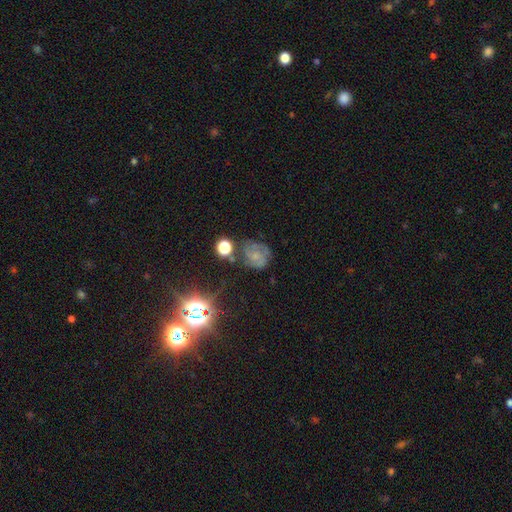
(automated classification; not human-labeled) smooth_or_featured: featured or disk (p=0.52) [alt: smooth p=0.31]
disk_edge_on: no (p=0.97) [alt: yes p=0.03]
bar: no (p=0.73) [alt: weak p=0.23]
has_spiral_arms: yes (p=0.76) [alt: no p=0.24]
bulge_size: small (p=0.52) [alt: moderate p=0.26]
merging: none (p=0.59) [alt: minor disturbance p=0.22]